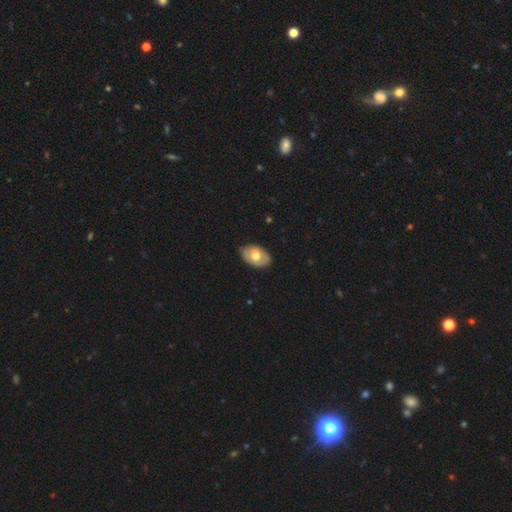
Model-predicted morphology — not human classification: Smooth or featured: smooth — 57% (featured or disk — 38%)
How rounded: in between — 88% (round — 10%)
Merging: none — 77% (minor disturbance — 19%)